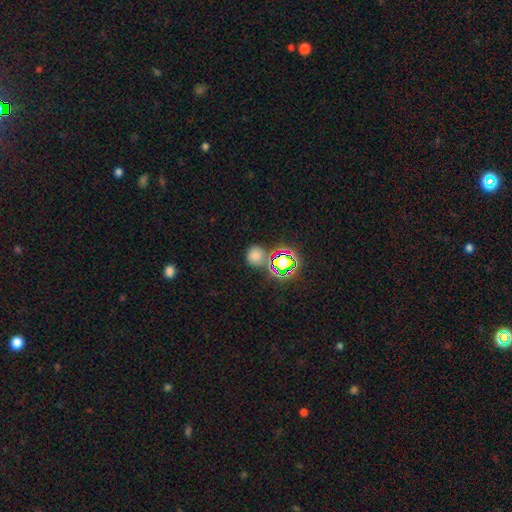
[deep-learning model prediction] Morphology: type=smooth (63%); roundness=round (85%); merging=none (68%).